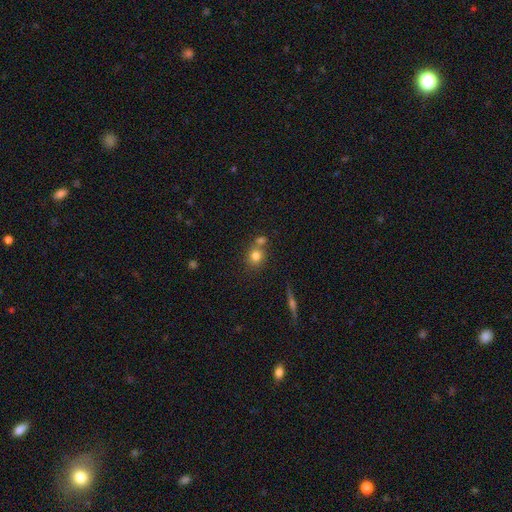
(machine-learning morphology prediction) Smooth or featured?
  - smooth: 78% *
  - star or artifact: 12%
  - featured or disk: 10%
How rounded?
  - round: 81% *
  - in between: 18%
  - cigar-shaped: 1%
Merging?
  - none: 57% *
  - merger: 31%
  - minor disturbance: 9%
  - major disturbance: 3%